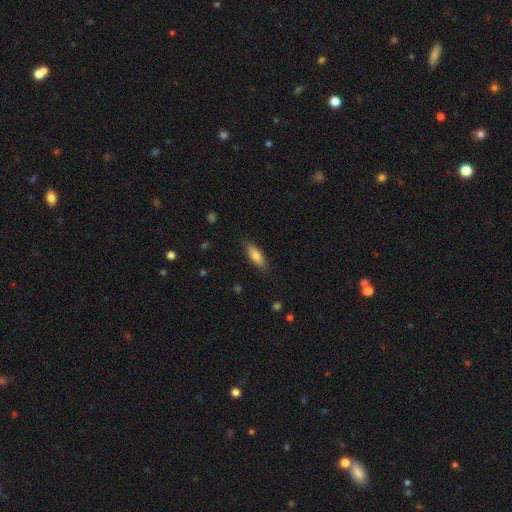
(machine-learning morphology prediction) Overall: smooth (75%). How rounded: in between (50%; cigar-shaped 48%). Merging: none (83%).